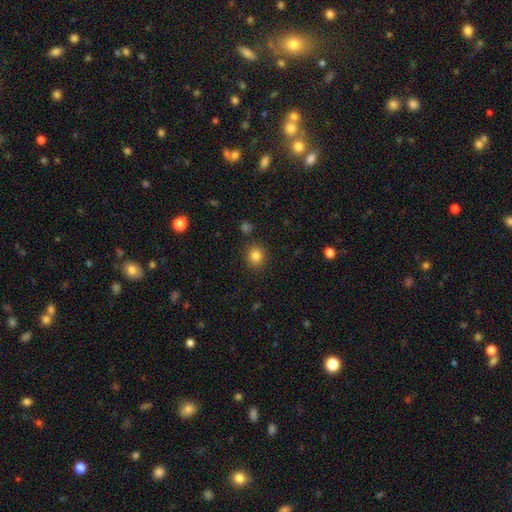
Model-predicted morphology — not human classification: type=smooth (82%); roundness=round (83%); merging=none (87%).